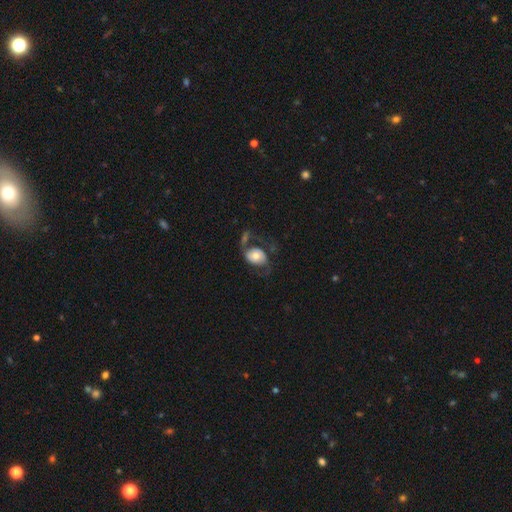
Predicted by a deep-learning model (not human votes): Smooth or featured: featured or disk — 52% (smooth — 42%)
Edge-on disk: no — 95% (yes — 5%)
Merging: none — 36% (major disturbance — 33%)